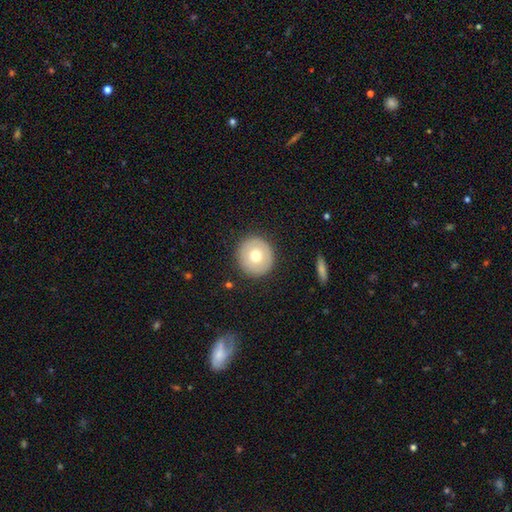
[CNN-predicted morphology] A smooth galaxy with no disk features (68%) that is round (94%). Merging: none (90%).